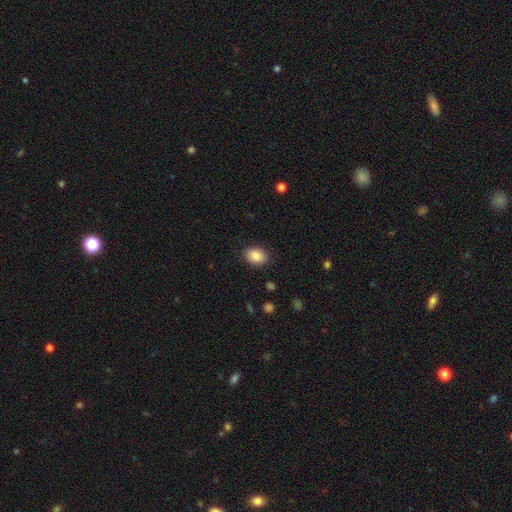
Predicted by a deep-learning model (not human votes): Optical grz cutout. It shows a smooth galaxy with no disk features (86%) that is in between round and cigar-shaped (78%). Merging: none (88%).